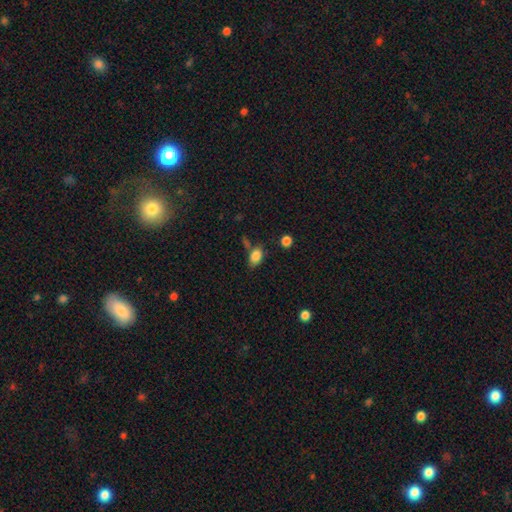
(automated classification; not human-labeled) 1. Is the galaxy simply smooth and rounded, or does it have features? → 83% smooth, 9% star or artifact, 7% featured or disk.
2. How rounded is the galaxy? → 83% in between, 15% round, 2% cigar-shaped.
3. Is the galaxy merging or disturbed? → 61% none, 22% minor disturbance, 10% merger, 7% major disturbance.